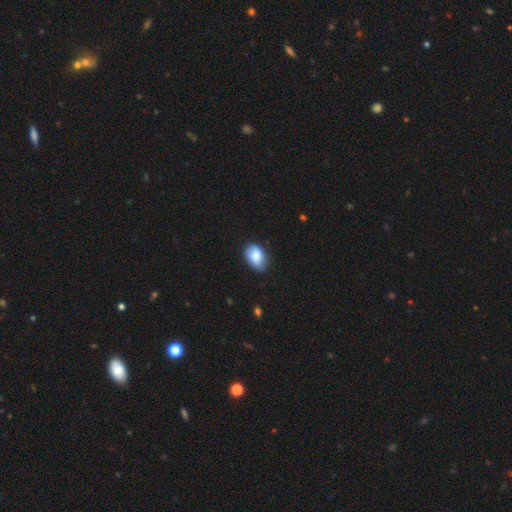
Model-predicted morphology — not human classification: type=smooth (82%); roundness=in between (87%); merging=none (68%).